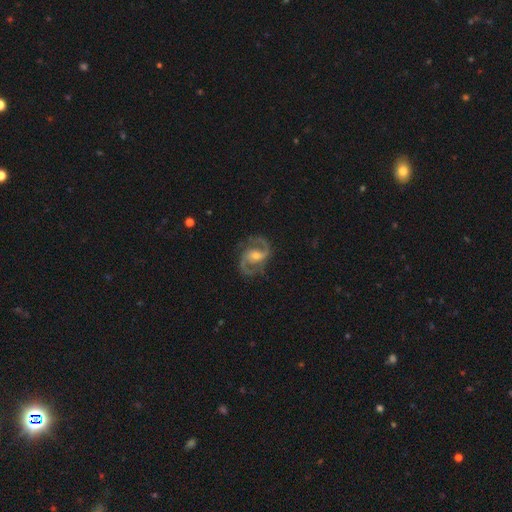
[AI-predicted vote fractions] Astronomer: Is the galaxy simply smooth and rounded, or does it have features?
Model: featured or disk — 92%.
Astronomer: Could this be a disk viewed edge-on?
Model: no — 98%.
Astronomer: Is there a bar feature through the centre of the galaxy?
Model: weak — 43% (runner-up: no, 37%).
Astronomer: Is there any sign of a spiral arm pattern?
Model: yes — 98%.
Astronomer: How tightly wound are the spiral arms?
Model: medium — 64%.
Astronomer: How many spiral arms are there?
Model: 2 — 93%.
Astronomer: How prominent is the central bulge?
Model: moderate — 52% (runner-up: small, 43%).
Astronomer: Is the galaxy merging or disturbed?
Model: none — 80%.